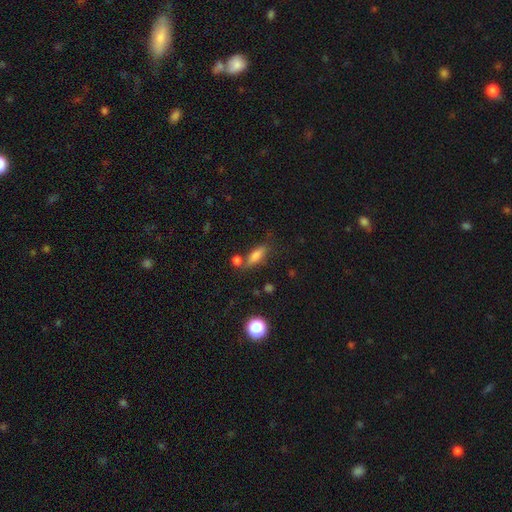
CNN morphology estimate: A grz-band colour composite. It shows a smooth galaxy with no disk features (77%) that is in between round and cigar-shaped (61%). Merging: none (65%).